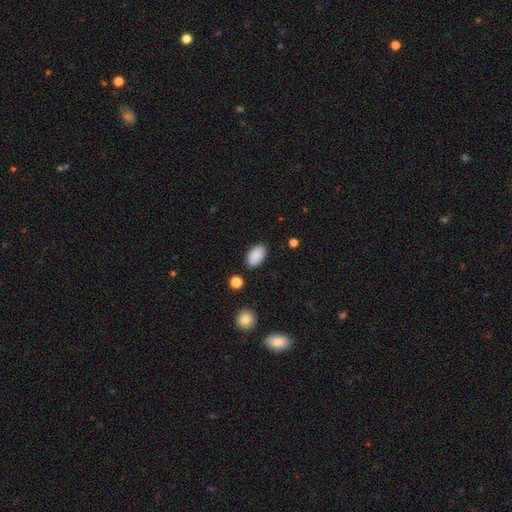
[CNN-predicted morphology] Overall: smooth (89%). How rounded: in between (94%). Merging: none (86%).